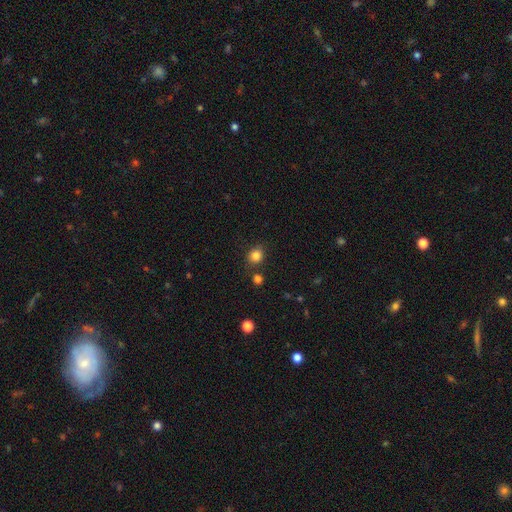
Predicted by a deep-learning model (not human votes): Q: Smooth or featured?
A: smooth (83%); runner-up: star or artifact (12%)
Q: How rounded?
A: round (70%); runner-up: in between (29%)
Q: Merging?
A: none (78%); runner-up: minor disturbance (11%)